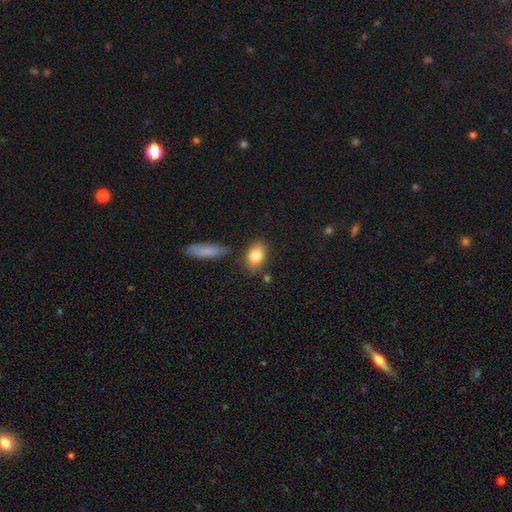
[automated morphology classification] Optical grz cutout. It shows a smooth galaxy with no disk features (83%) that is in between round and cigar-shaped (83%). Merging: none (78%).